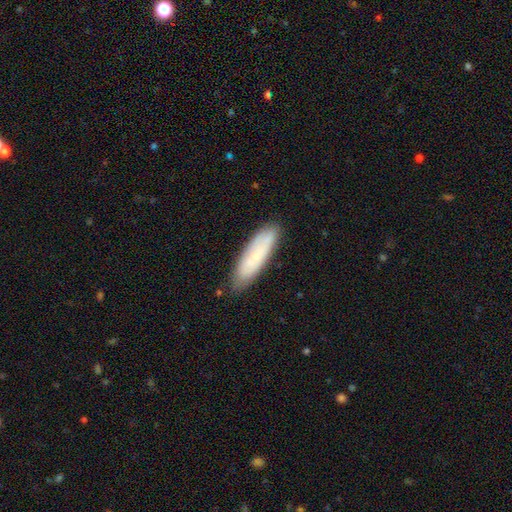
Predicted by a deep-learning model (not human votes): Q: Smooth or featured?
A: smooth (67%); runner-up: featured or disk (25%)
Q: How rounded?
A: cigar-shaped (62%); runner-up: in between (36%)
Q: Merging?
A: none (81%); runner-up: minor disturbance (15%)